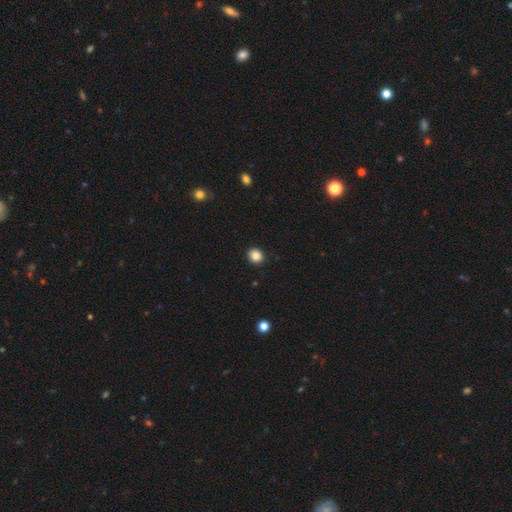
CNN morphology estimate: The model was most divided on "how rounded": round: 83%, in between: 16%, cigar-shaped: 1%. More confident: merging — none (92%); smooth or featured — smooth (85%).